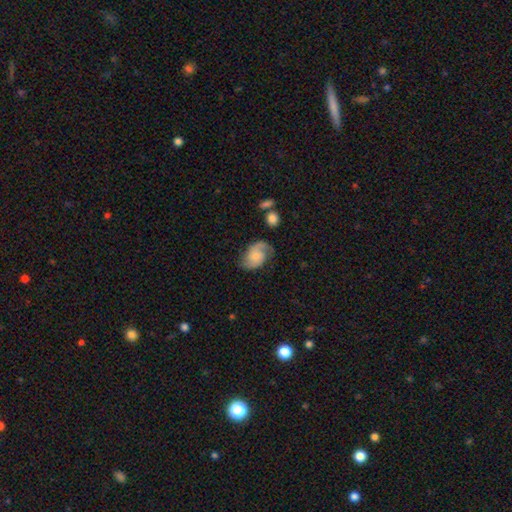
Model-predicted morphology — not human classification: Overall: featured or disk (69%). Edge-on disk: no (97%). Bar: no (69%). Spiral arms: yes (94%). Spiral arm count: 2 (81%). Spiral winding: medium (45%; loose 29%). Bulge size: small (48%; moderate 28%). Merging: none (64%).